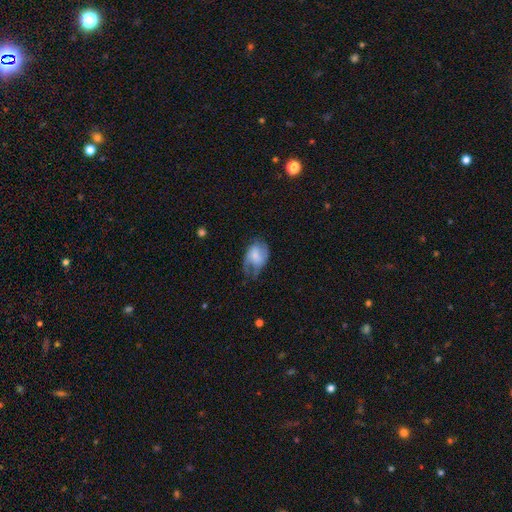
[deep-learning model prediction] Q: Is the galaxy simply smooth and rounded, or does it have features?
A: smooth — 52%.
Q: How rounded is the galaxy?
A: in between — 80%.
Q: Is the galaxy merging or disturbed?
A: minor disturbance — 34%.